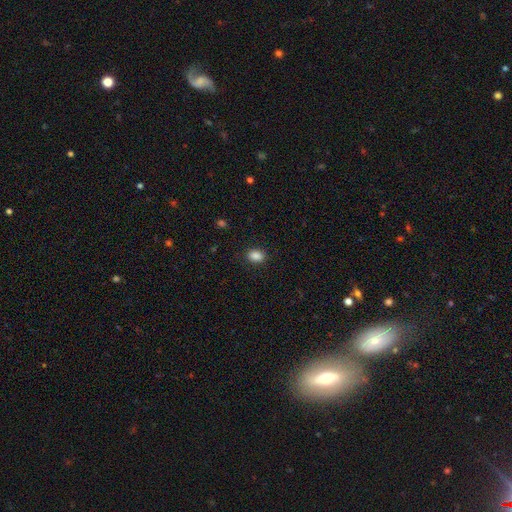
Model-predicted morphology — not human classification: Smooth or featured: smooth — 88% (star or artifact — 9%)
How rounded: in between — 78% (round — 21%)
Merging: none — 88% (minor disturbance — 9%)